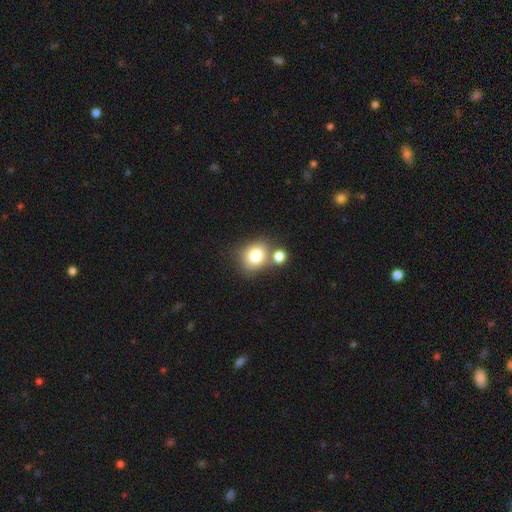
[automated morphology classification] smooth_or_featured: smooth (p=0.78) [alt: star or artifact p=0.11]
how_rounded: round (p=0.66) [alt: in between p=0.33]
merging: none (p=0.56) [alt: merger p=0.28]